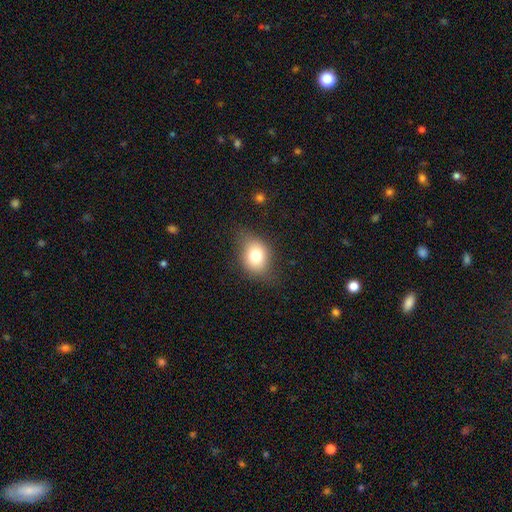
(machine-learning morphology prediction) Overall: smooth (75%). How rounded: in between (59%; round 40%). Merging: none (68%).